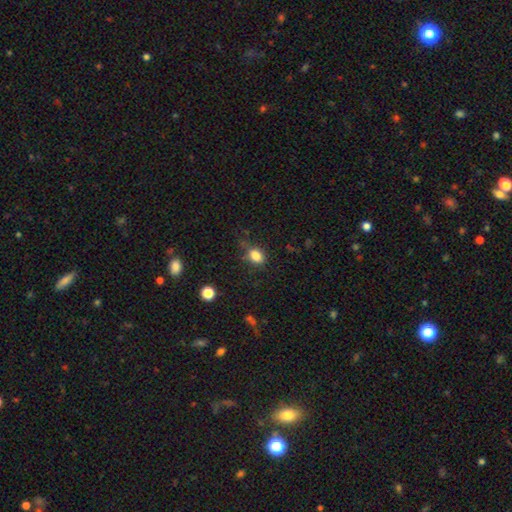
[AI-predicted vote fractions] This appears to be a smooth galaxy with no disk features (83%) that is in between round and cigar-shaped (68%). Merging: none (71%).